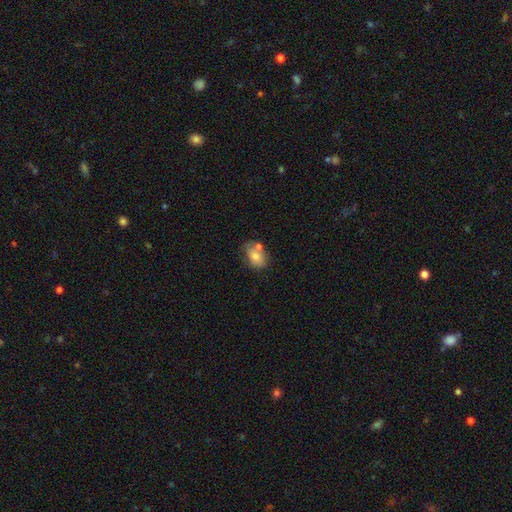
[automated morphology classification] This is likely a smooth galaxy (74%). How rounded: likely in between (78%). Merging: marginally none (44%).